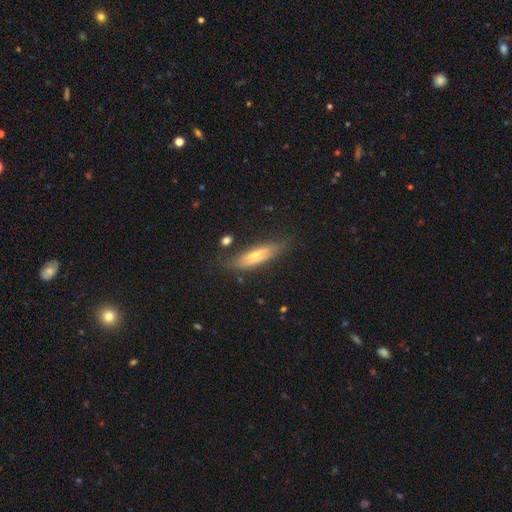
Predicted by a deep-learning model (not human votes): smooth-or-featured: smooth: 49% | featured or disk: 43% | star or artifact: 7%
  merging: none: 76% | minor disturbance: 17% | major disturbance: 4% | merger: 3%